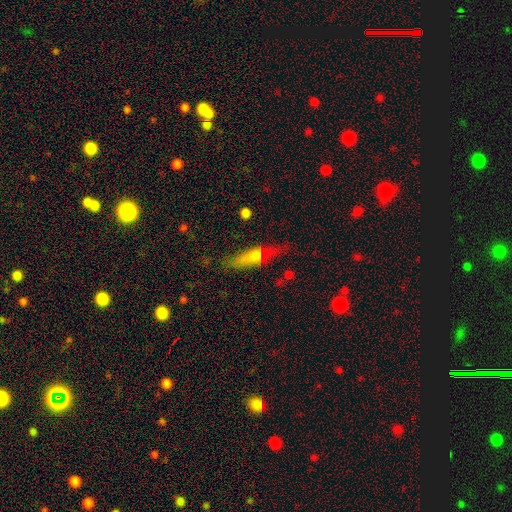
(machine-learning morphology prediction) smooth 49%, featured or disk 40%, star or artifact 10%. Down the decision tree: merging — none (69%).